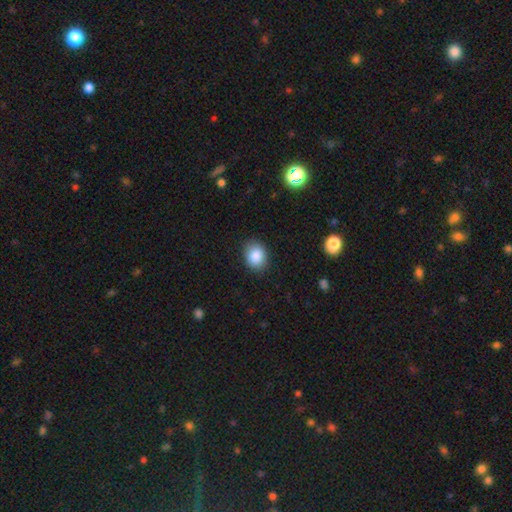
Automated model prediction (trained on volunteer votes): smooth 87%, star or artifact 8%, featured or disk 5%. Down the decision tree: how rounded — in between (55%); merging — none (85%).